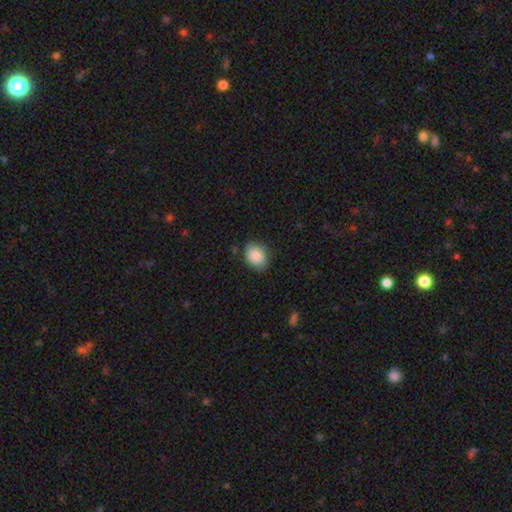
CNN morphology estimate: Overall: smooth (88%). How rounded: in between (65%; round 34%). Merging: none (79%).